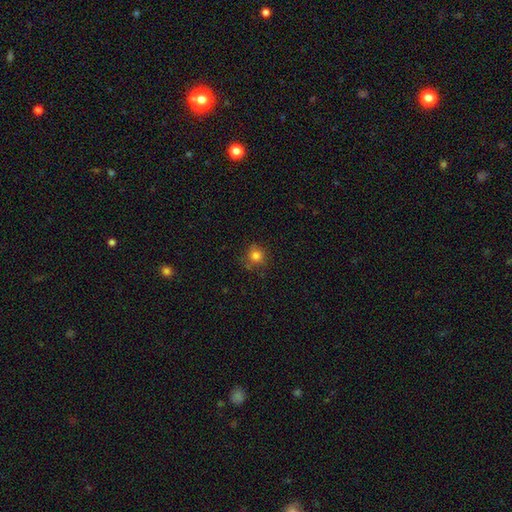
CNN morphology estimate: Q: Smooth or featured?
A: smooth (81%); runner-up: star or artifact (13%)
Q: How rounded?
A: round (88%); runner-up: in between (11%)
Q: Merging?
A: none (78%); runner-up: minor disturbance (16%)